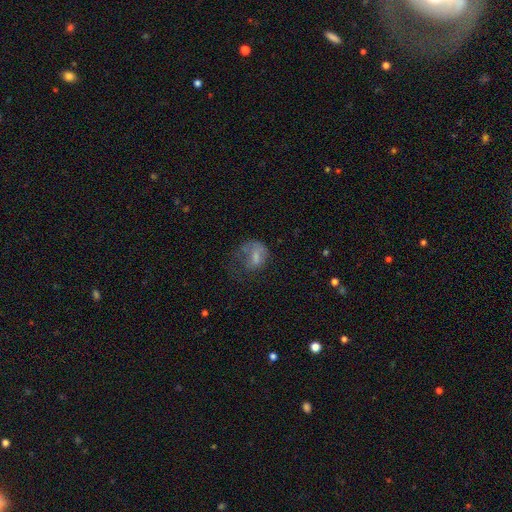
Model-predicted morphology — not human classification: This appears to be a smooth galaxy with no disk features (57%) that is in between round and cigar-shaped (54%). Merging: major disturbance (50%).